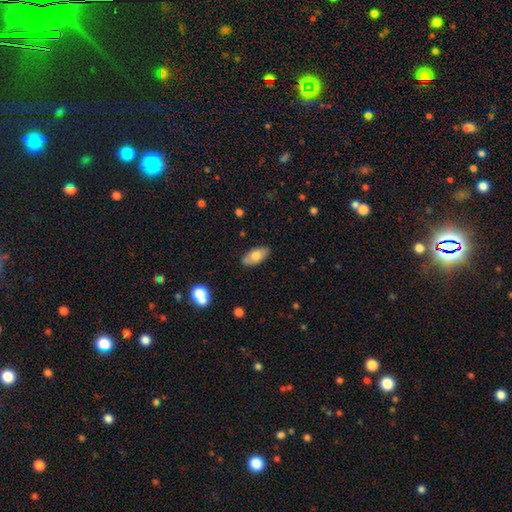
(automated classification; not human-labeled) Morphology: type=smooth (73%); roundness=in between (87%); merging=none (86%).